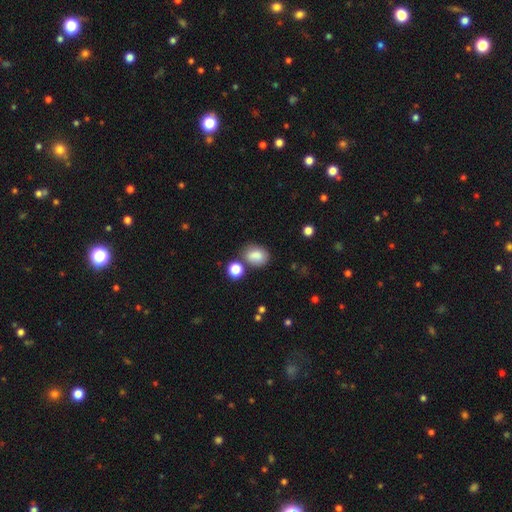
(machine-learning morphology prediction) smooth-or-featured: smooth: 83% | star or artifact: 10% | featured or disk: 7%
  how-rounded: in between: 64% | round: 35% | cigar-shaped: 1%
  merging: none: 64% | minor disturbance: 17% | merger: 14% | major disturbance: 5%